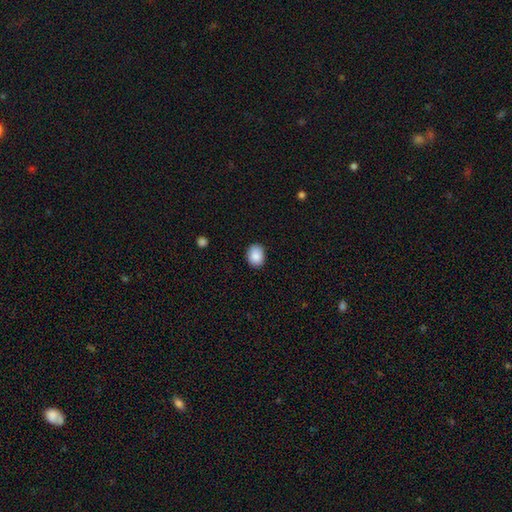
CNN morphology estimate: smooth 89%, star or artifact 8%, featured or disk 4%. Down the decision tree: how rounded — in between (56%); merging — none (85%).